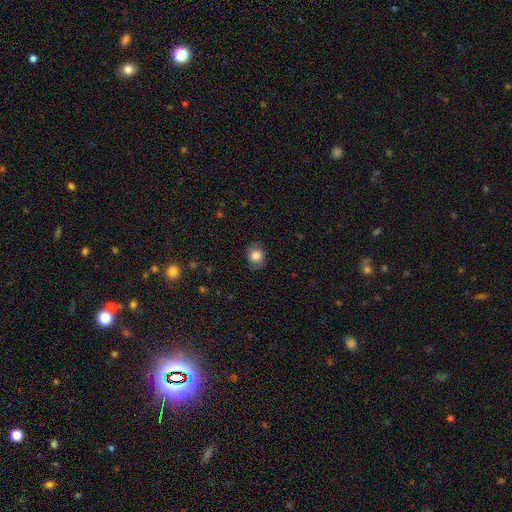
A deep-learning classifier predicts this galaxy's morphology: A smooth galaxy with no disk features (81%) that is round (65%).

Vote fractions:
- Smooth or featured? smooth: 81% / featured or disk: 9% / star or artifact: 9%
- How rounded? round: 65% / in between: 34% / cigar-shaped: 1%
- Merging? none: 81% / minor disturbance: 14% / major disturbance: 4% / merger: 1%